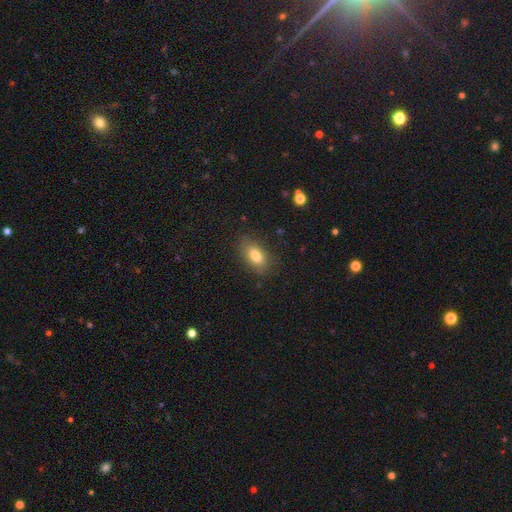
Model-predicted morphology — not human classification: A smooth galaxy with no disk features (80%) that is in between round and cigar-shaped (87%). Merging: none (83%).